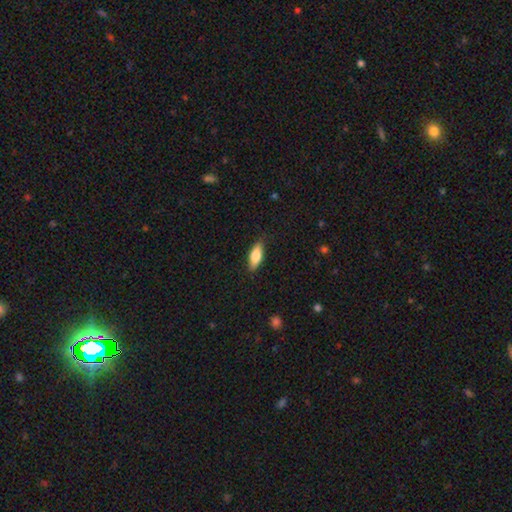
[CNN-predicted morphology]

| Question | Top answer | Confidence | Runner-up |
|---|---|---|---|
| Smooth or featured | smooth | 76% | featured or disk (17%) |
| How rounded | in between | 73% | cigar-shaped (24%) |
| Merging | none | 83% | minor disturbance (14%) |